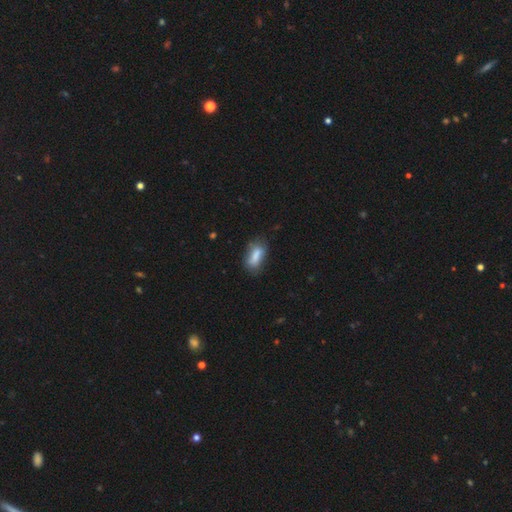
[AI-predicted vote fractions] A smooth galaxy with no disk features (75%) that is in between round and cigar-shaped (77%). Merging: none (59%).